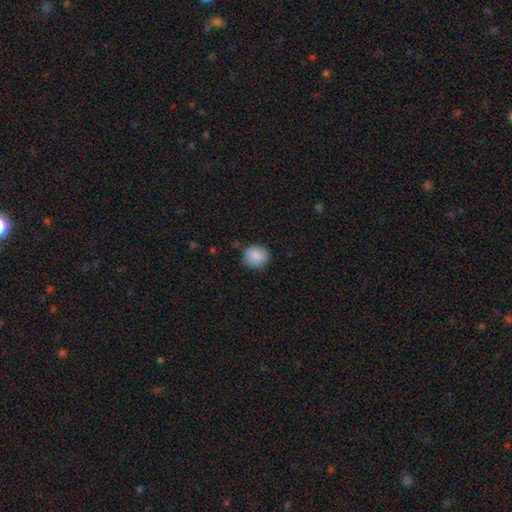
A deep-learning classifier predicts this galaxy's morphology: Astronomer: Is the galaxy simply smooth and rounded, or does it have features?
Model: smooth — 88%.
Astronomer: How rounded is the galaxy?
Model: round — 79%.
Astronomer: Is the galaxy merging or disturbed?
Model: none — 81%.